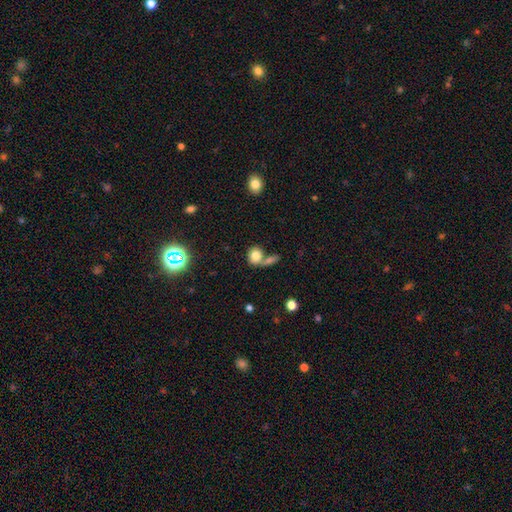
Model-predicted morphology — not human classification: Smooth or featured? smooth (79%)
How rounded? round (61%)
Merging? none (45%)